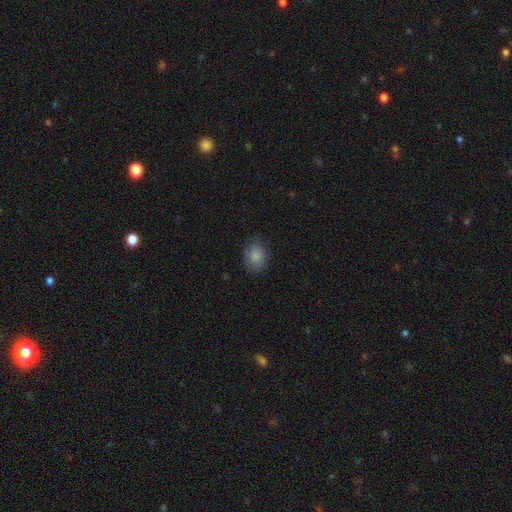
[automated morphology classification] smooth_or_featured: smooth (p=0.86) [alt: star or artifact p=0.08]
how_rounded: in between (p=0.57) [alt: round p=0.42]
merging: none (p=0.79) [alt: minor disturbance p=0.16]